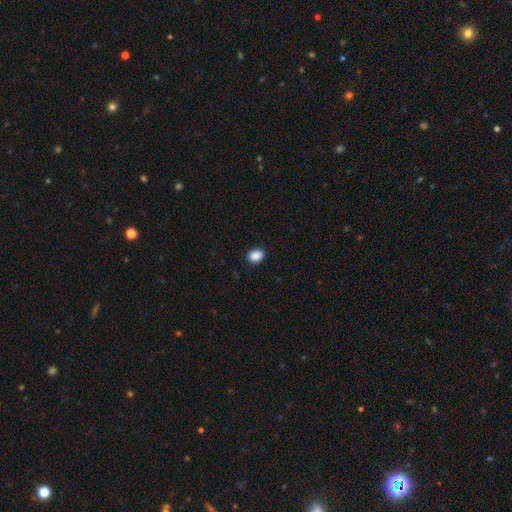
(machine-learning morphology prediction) smooth_or_featured: smooth (p=0.89) [alt: star or artifact p=0.08]
how_rounded: in between (p=0.66) [alt: round p=0.33]
merging: none (p=0.91) [alt: minor disturbance p=0.07]